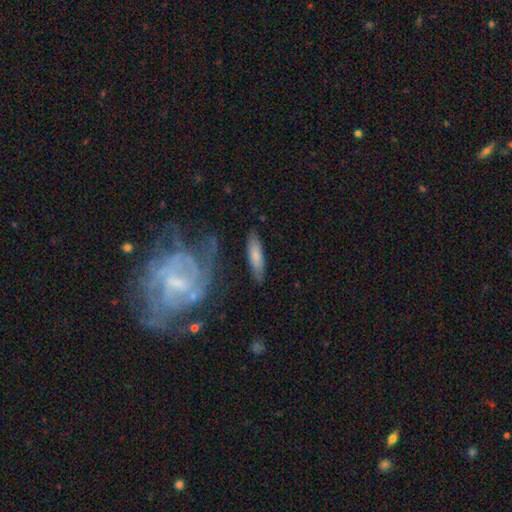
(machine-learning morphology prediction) type=smooth (66%); roundness=cigar-shaped (62%); merging=none (75%).